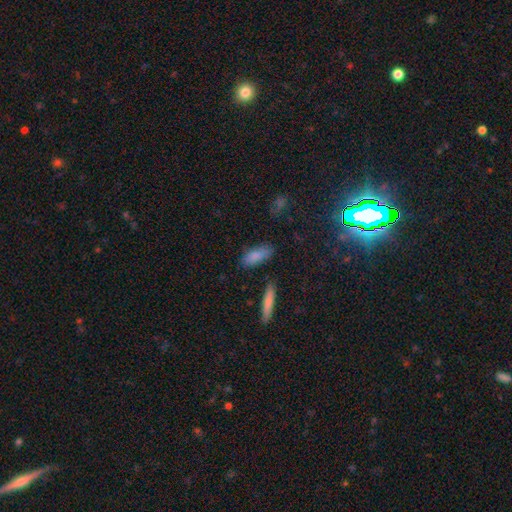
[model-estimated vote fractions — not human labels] Smooth or featured?
  - smooth: 83% *
  - featured or disk: 9%
  - star or artifact: 8%
How rounded?
  - in between: 71% *
  - cigar-shaped: 27%
  - round: 2%
Merging?
  - none: 76% *
  - minor disturbance: 16%
  - merger: 4%
  - major disturbance: 4%